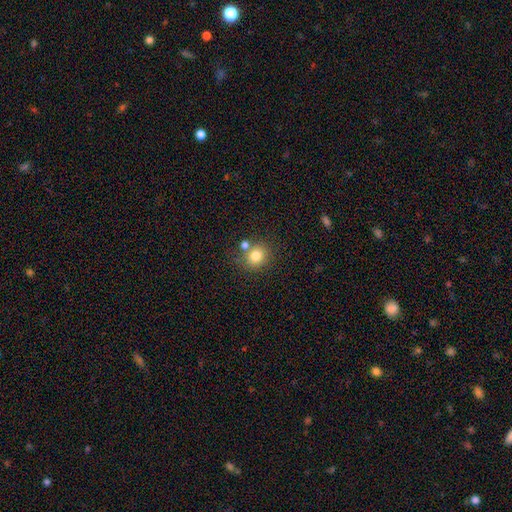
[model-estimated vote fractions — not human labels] A smooth galaxy with no disk features (80%) that is round (83%).

Vote fractions:
- Smooth or featured? smooth: 80% / star or artifact: 12% / featured or disk: 8%
- How rounded? round: 83% / in between: 16% / cigar-shaped: 1%
- Merging? none: 69% / merger: 18% / minor disturbance: 10% / major disturbance: 3%